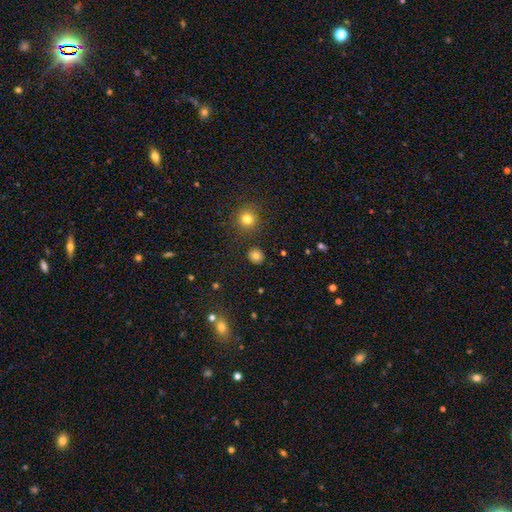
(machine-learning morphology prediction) smooth-or-featured: smooth: 79% | star or artifact: 15% | featured or disk: 6%
  how-rounded: round: 89% | in between: 10% | cigar-shaped: 1%
  merging: none: 89% | minor disturbance: 7% | major disturbance: 2% | merger: 2%